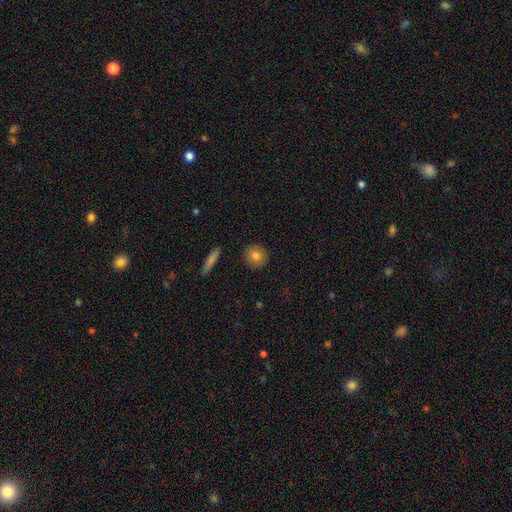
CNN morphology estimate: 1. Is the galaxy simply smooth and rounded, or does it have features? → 80% smooth, 12% featured or disk, 8% star or artifact.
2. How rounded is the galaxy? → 89% round, 9% in between, 2% cigar-shaped.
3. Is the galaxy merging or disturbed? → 91% none, 6% minor disturbance, 2% major disturbance, 1% merger.